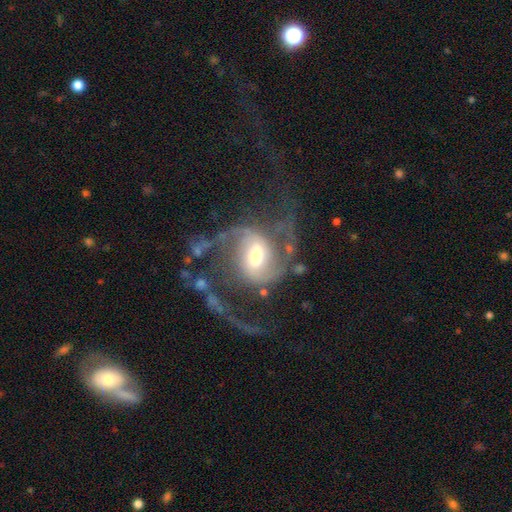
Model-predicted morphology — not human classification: smooth-or-featured: featured or disk: 88% | smooth: 6% | star or artifact: 5%
  disk-edge-on: no: 98% | yes: 2%
    bar: weak: 48% | no: 28% | strong: 24%
    has-spiral-arms: yes: 96% | no: 4%
      spiral-winding: loose: 48% | medium: 41% | tight: 11%
      spiral-arm-count: 2: 80% | 3: 6% | can't tell: 6% | 1: 4% | 4: 2% | more than 4: 2%
    bulge-size: moderate: 57% | small: 20% | large: 19% | dominant: 2% | none: 2%
  merging: none: 52% | major disturbance: 29% | minor disturbance: 14% | merger: 5%